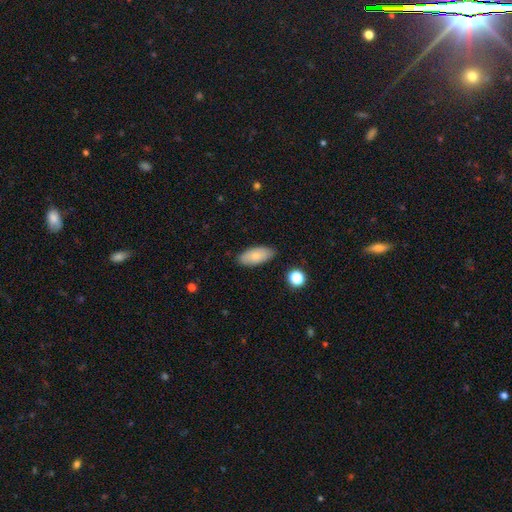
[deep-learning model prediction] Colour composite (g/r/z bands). It shows a smooth galaxy with no disk features (82%) that is in between round and cigar-shaped (87%). Merging: none (85%).